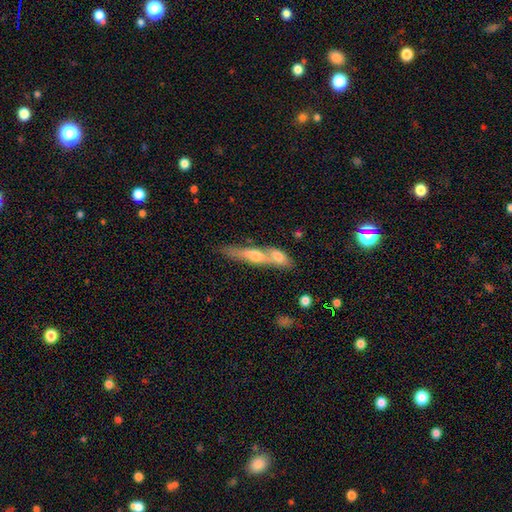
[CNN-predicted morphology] A featured or disk galaxy (48%).

Vote fractions:
- Smooth or featured? featured or disk: 48% / smooth: 45% / star or artifact: 7%
- Merging? merger: 48% / none: 37% / minor disturbance: 11% / major disturbance: 5%